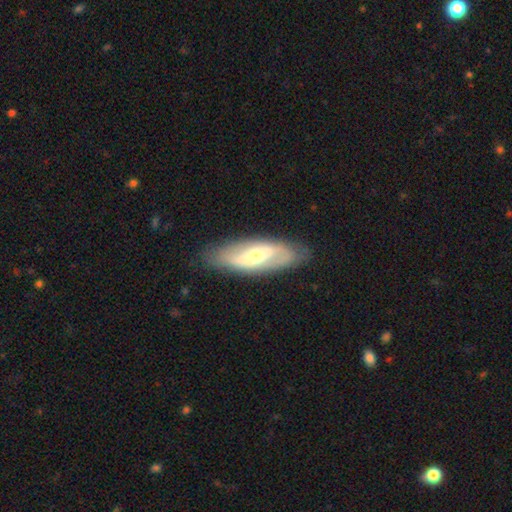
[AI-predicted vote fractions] Smooth or featured? featured or disk (62%)
Edge-on disk? no (78%)
Merging? none (81%)